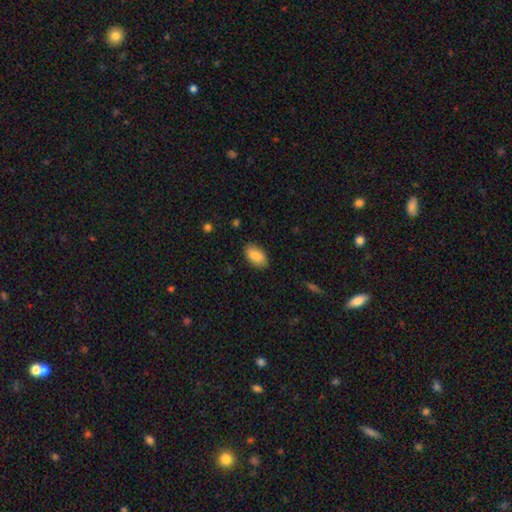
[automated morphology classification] smooth 87%, featured or disk 7%, star or artifact 6%. Down the decision tree: how rounded — in between (94%); merging — none (84%).